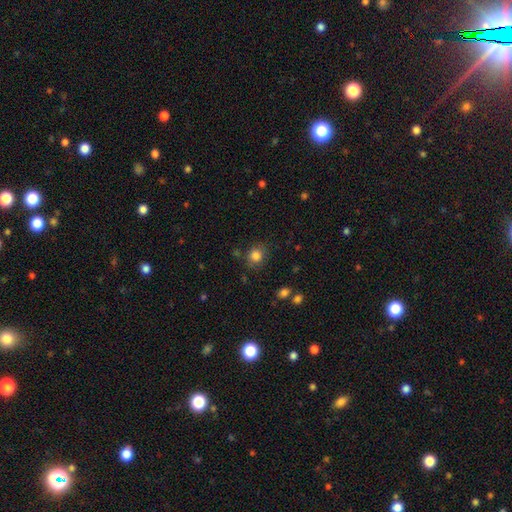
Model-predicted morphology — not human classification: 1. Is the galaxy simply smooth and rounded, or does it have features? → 83% smooth, 11% star or artifact, 6% featured or disk.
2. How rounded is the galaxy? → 79% round, 20% in between, 1% cigar-shaped.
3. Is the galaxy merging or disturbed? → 80% none, 13% minor disturbance, 4% major disturbance, 3% merger.